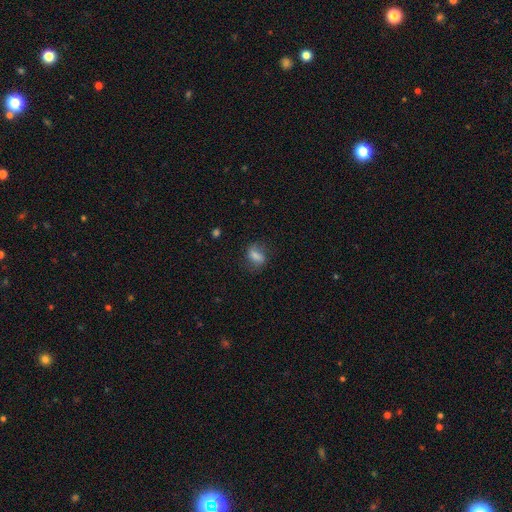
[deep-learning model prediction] smooth_or_featured: smooth (p=0.67) [alt: featured or disk p=0.23]
how_rounded: in between (p=0.75) [alt: round p=0.18]
merging: none (p=0.65) [alt: minor disturbance p=0.22]